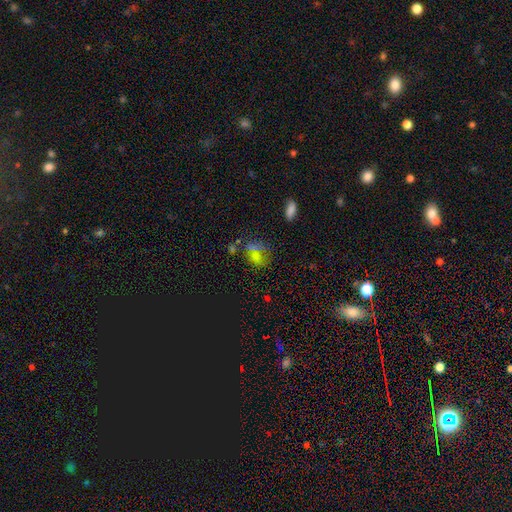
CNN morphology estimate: Q: Smooth or featured?
A: smooth (56%); runner-up: star or artifact (27%)
Q: How rounded?
A: in between (50%); runner-up: round (47%)
Q: Merging?
A: none (48%); runner-up: minor disturbance (19%)